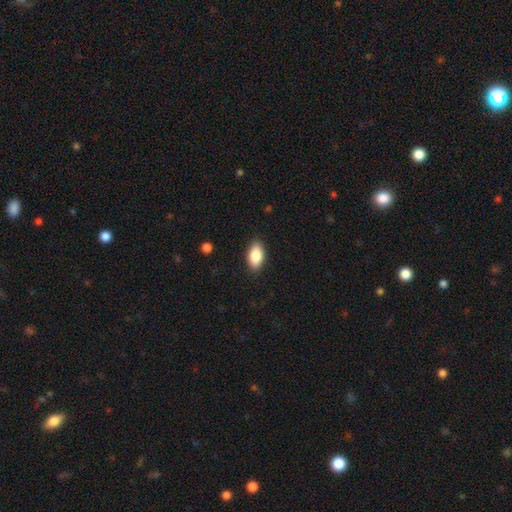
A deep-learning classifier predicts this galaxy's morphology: Overall: smooth (85%). How rounded: in between (92%). Merging: none (88%).